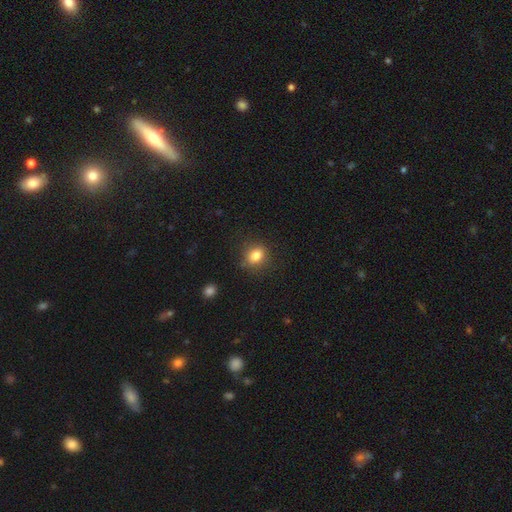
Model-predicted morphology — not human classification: smooth_or_featured: smooth (p=0.82) [alt: star or artifact p=0.11]
how_rounded: round (p=0.53) [alt: in between p=0.46]
merging: none (p=0.81) [alt: minor disturbance p=0.14]